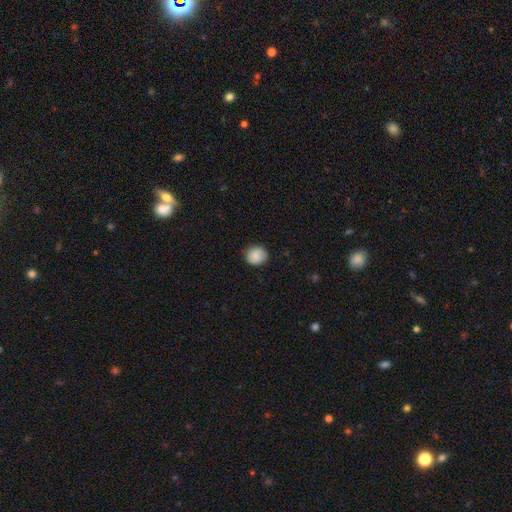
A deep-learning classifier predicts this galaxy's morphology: This appears to be a smooth galaxy with no disk features (80%) that is round (83%). Merging: none (84%).